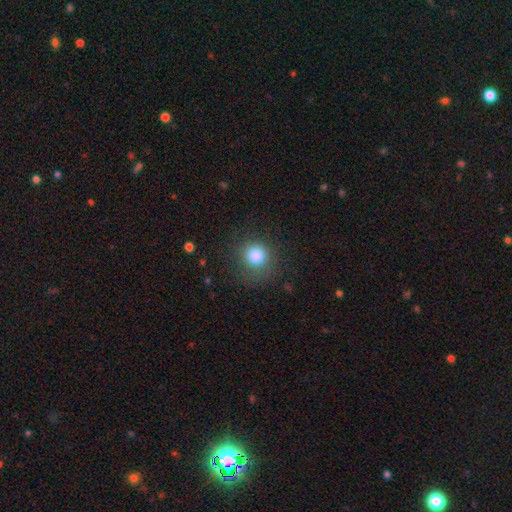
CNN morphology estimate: smooth 82%, star or artifact 11%, featured or disk 7%. Down the decision tree: how rounded — round (89%); merging — none (78%).